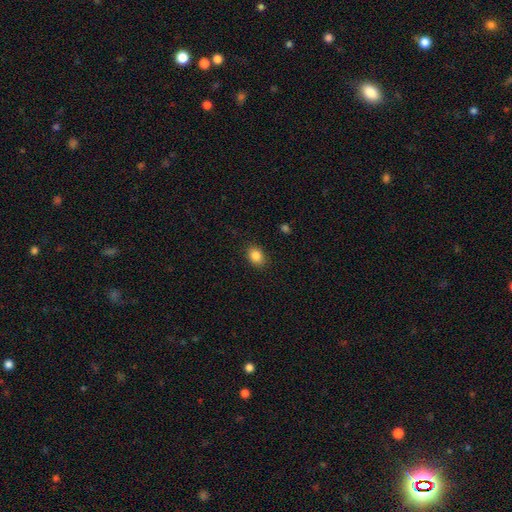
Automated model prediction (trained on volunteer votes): smooth 86%, star or artifact 9%, featured or disk 5%. Down the decision tree: how rounded — in between (60%); merging — none (87%).